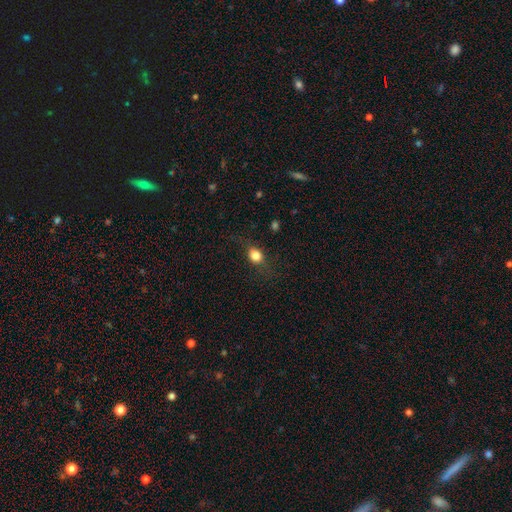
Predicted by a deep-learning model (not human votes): A smooth galaxy with no disk features (76%) that is round (56%). Merging: none (71%).